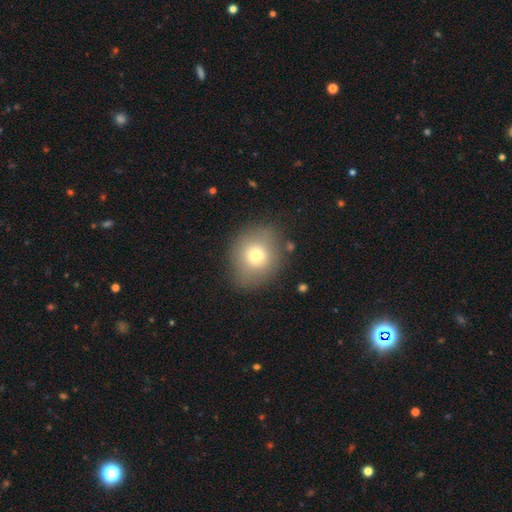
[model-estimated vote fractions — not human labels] This appears to be a smooth galaxy with no disk features (74%) that is round (74%). Merging: none (80%).